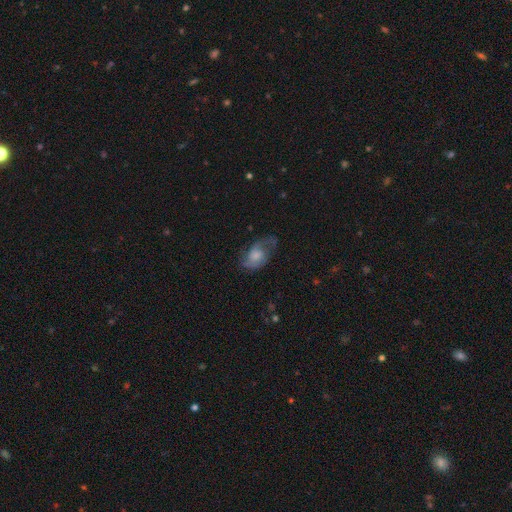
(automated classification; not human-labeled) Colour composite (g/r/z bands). It shows a featured or disk galaxy (56%) with no bar (71%), spiral arms (83%) and a small central bulge (34%). Merging: none (46%).